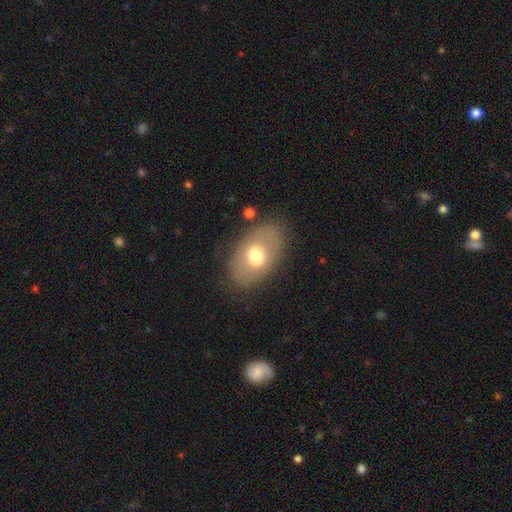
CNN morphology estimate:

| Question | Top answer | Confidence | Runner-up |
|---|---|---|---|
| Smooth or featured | smooth | 63% | featured or disk (28%) |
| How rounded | in between | 86% | round (13%) |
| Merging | none | 79% | minor disturbance (13%) |